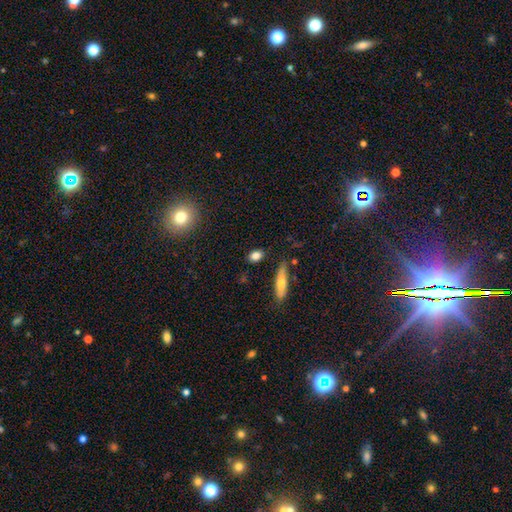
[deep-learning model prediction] Smooth or featured? smooth (81%)
How rounded? in between (70%)
Merging? none (83%)